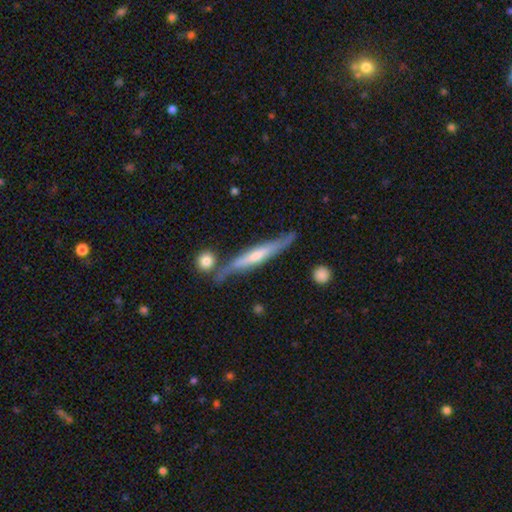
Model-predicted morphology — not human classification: Overall: featured or disk (70%). Edge-on disk: yes (95%). Edge-on bulge: rounded (74%). Merging: none (78%).